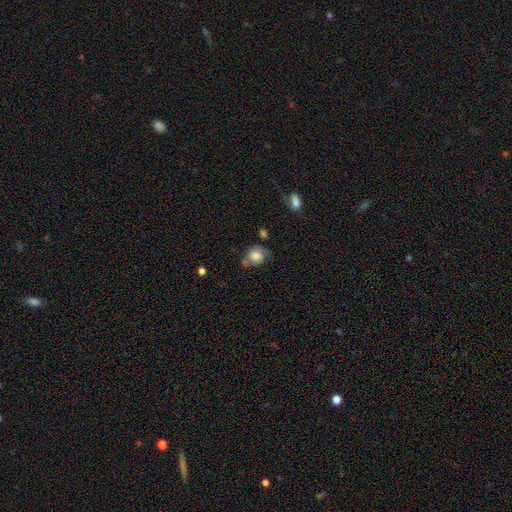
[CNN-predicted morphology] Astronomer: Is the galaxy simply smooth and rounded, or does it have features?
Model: smooth — 74%.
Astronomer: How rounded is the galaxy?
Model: round — 69%.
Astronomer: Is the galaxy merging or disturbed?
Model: none — 46% (runner-up: minor disturbance, 29%).